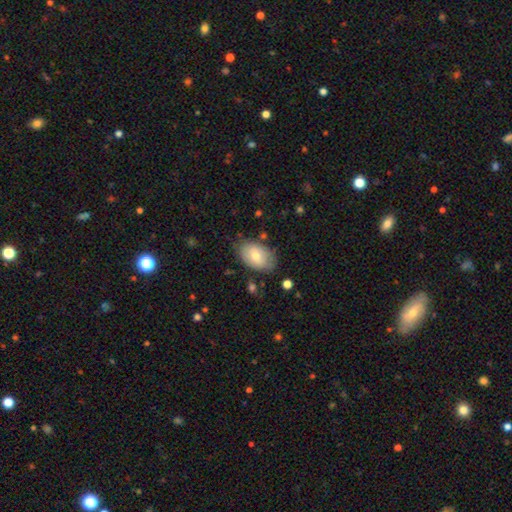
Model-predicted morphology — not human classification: smooth-or-featured: smooth: 72% | featured or disk: 21% | star or artifact: 7%
  how-rounded: in between: 91% | round: 8% | cigar-shaped: 1%
  merging: none: 76% | minor disturbance: 18% | major disturbance: 4% | merger: 2%